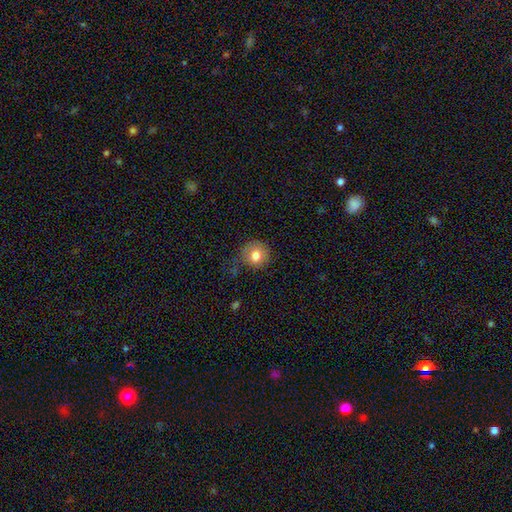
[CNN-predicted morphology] Q: Smooth or featured?
A: smooth (80%); runner-up: featured or disk (10%)
Q: How rounded?
A: round (90%); runner-up: in between (9%)
Q: Merging?
A: none (71%); runner-up: minor disturbance (20%)